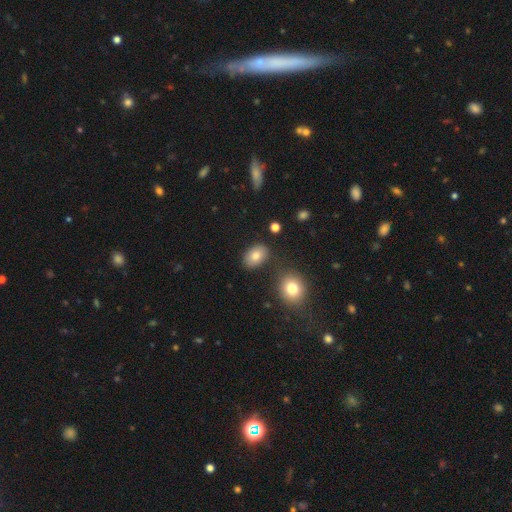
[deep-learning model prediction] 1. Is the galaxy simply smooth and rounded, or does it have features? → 81% smooth, 10% featured or disk, 9% star or artifact.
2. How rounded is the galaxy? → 84% in between, 15% round, 1% cigar-shaped.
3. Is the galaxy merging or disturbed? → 81% none, 11% minor disturbance, 5% merger, 3% major disturbance.